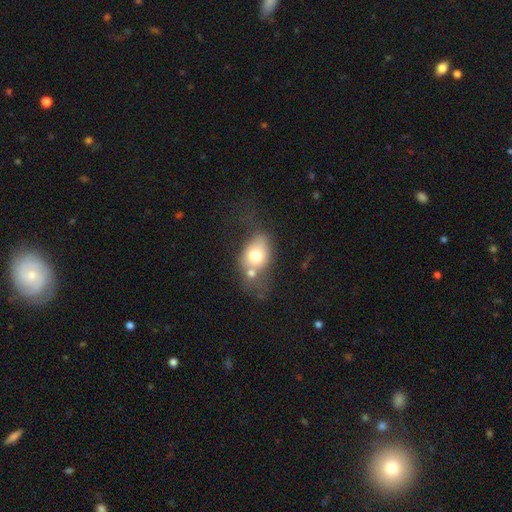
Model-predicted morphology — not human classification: This appears to be a smooth galaxy with no disk features (68%) that is in between round and cigar-shaped (67%). Merging: merger (36%).